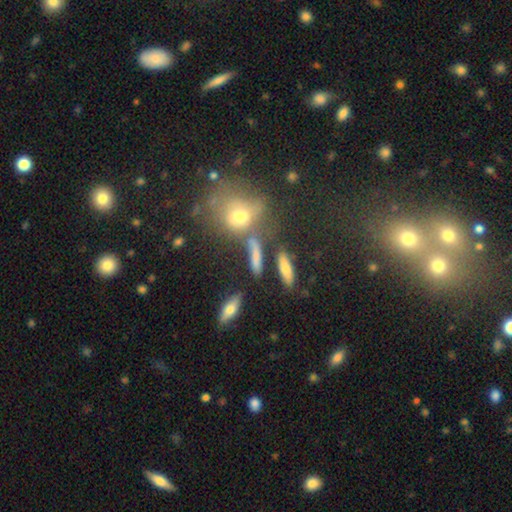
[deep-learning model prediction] Morphology: type=smooth (65%); roundness=cigar-shaped (53%); merging=none (62%).